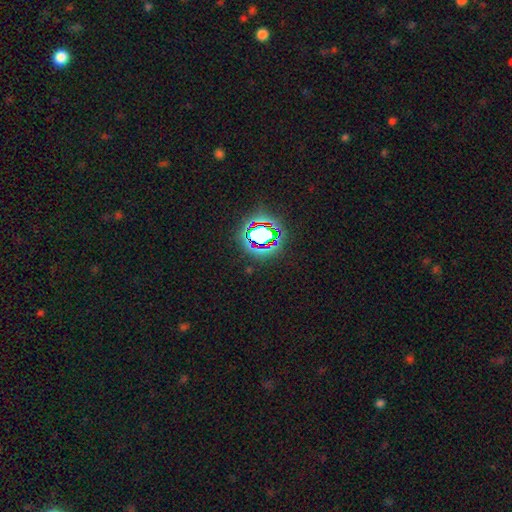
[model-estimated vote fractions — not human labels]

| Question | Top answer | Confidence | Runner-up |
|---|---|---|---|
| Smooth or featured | star or artifact | 80% | smooth (12%) |